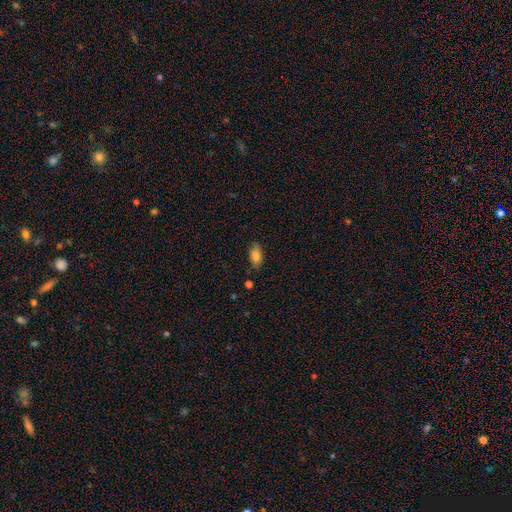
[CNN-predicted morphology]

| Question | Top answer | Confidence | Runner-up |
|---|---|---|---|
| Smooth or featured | smooth | 79% | featured or disk (13%) |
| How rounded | in between | 87% | cigar-shaped (9%) |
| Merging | none | 81% | minor disturbance (14%) |